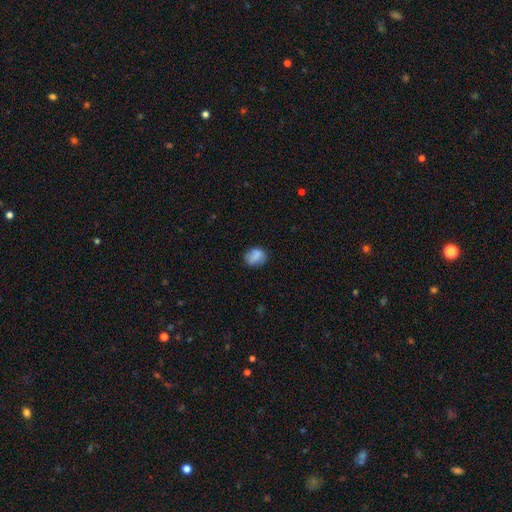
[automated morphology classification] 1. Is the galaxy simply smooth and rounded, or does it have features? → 81% smooth, 10% featured or disk, 9% star or artifact.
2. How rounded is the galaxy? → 51% round, 47% in between, 1% cigar-shaped.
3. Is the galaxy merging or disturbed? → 68% none, 23% minor disturbance, 6% major disturbance, 3% merger.